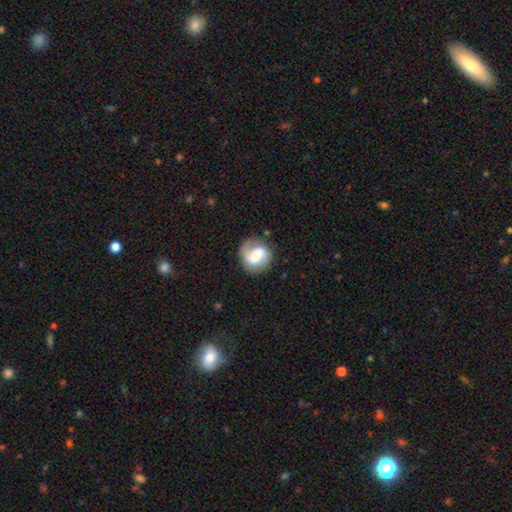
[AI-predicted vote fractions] This is possibly a featured or disk galaxy (53%). It is clearly not viewed edge-on (98%). Bar: marginally weak (42%). Spiral arm pattern: clearly yes (81%). Central bulge: marginally moderate (30%). Merging: likely none (65%).